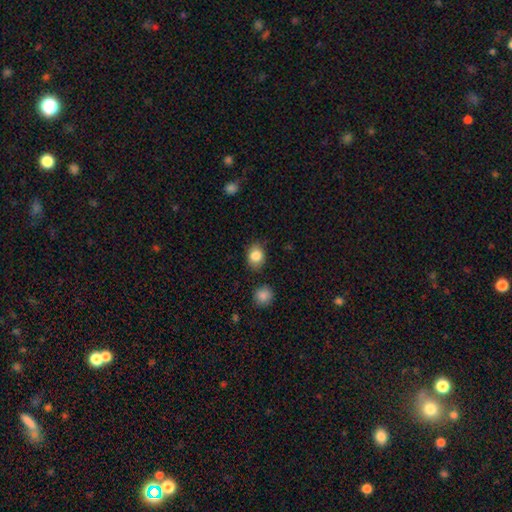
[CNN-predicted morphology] Overall: smooth (85%). How rounded: in between (53%; round 46%). Merging: none (81%).